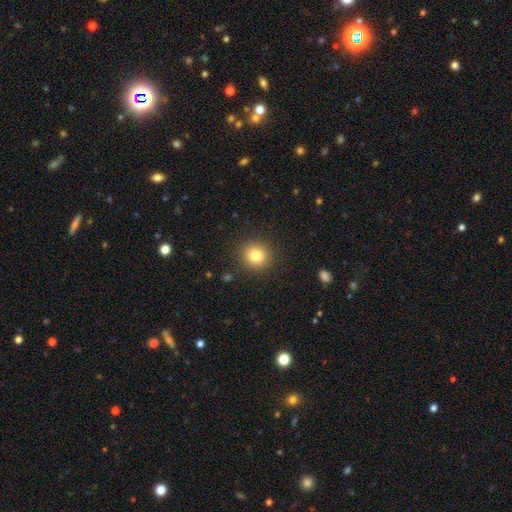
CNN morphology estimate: A smooth galaxy with no disk features (80%) that is round (91%).

Vote fractions:
- Smooth or featured? smooth: 80% / star or artifact: 11% / featured or disk: 8%
- How rounded? round: 91% / in between: 8% / cigar-shaped: 1%
- Merging? none: 90% / minor disturbance: 6% / major disturbance: 3% / merger: 1%